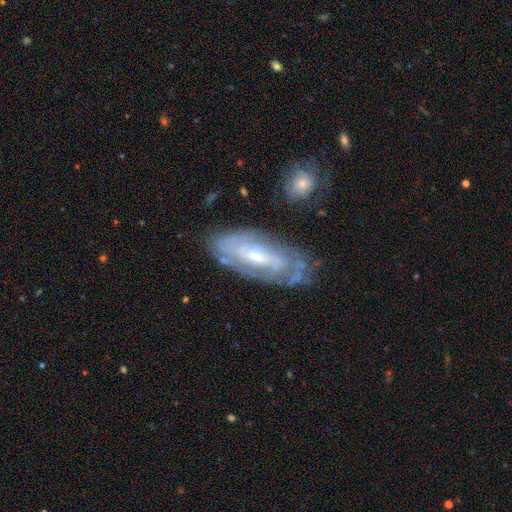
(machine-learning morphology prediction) The model was most divided on "bulge size": small: 47%, moderate: 44%, large: 5%, none: 3%, dominant: 1%. Remaining: edge-on disk — no (88%); spiral arms — yes (78%); smooth or featured — featured or disk (76%); merging — none (69%); spiral winding — tight (62%); spiral arm count — can't tell (56%); bar — weak (43%).